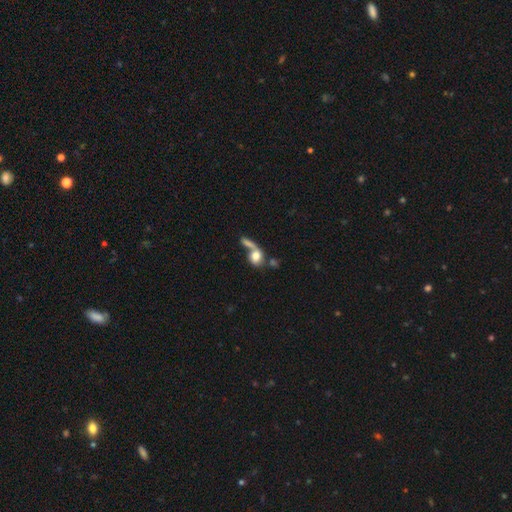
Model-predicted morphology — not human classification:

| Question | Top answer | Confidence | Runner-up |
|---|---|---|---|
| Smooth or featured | smooth | 69% | featured or disk (22%) |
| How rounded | in between | 48% | round (47%) |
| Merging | merger | 56% | none (21%) |